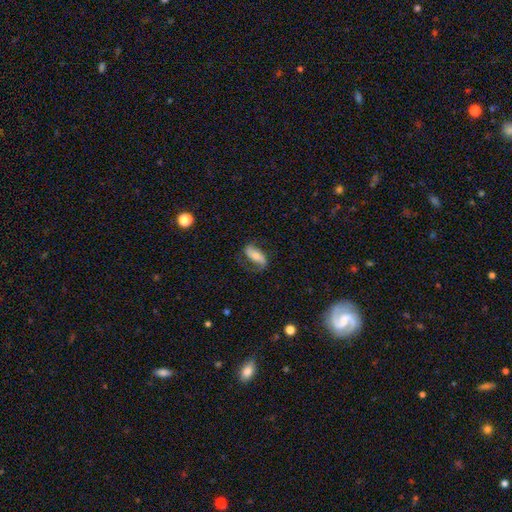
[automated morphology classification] type=featured or disk (53%); edge-on=no (90%); merging=none (58%).